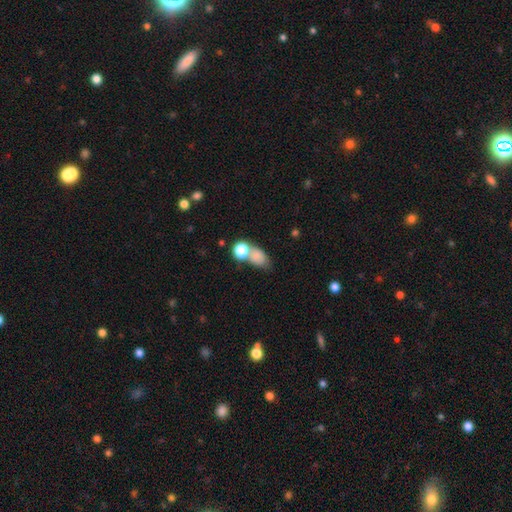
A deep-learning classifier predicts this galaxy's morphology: The model was most divided on "merging": none: 38%, merger: 37%, minor disturbance: 15%, major disturbance: 10%. More confident: smooth or featured — smooth (77%); how rounded — in between (71%).